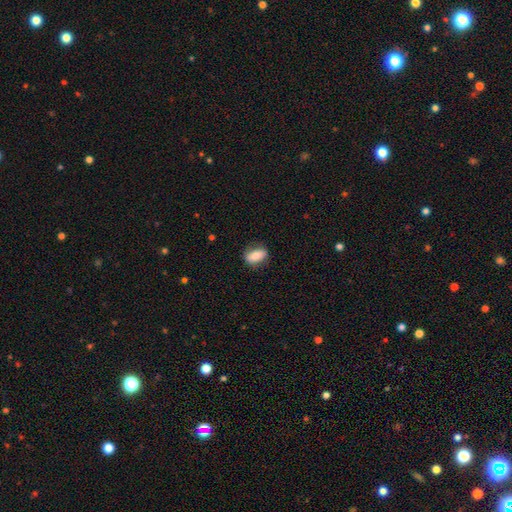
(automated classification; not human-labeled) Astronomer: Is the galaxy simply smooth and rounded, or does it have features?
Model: smooth — 72%.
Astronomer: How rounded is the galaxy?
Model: in between — 80%.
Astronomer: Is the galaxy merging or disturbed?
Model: none — 81%.